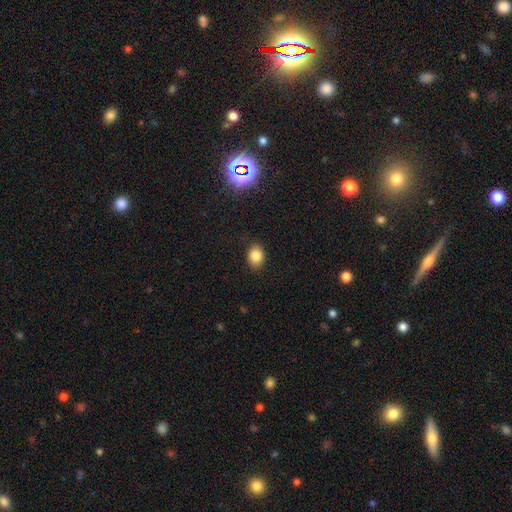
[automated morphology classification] smooth-or-featured: smooth: 84% | star or artifact: 11% | featured or disk: 5%
  how-rounded: in between: 58% | round: 41% | cigar-shaped: 1%
  merging: none: 84% | minor disturbance: 12% | major disturbance: 3% | merger: 1%